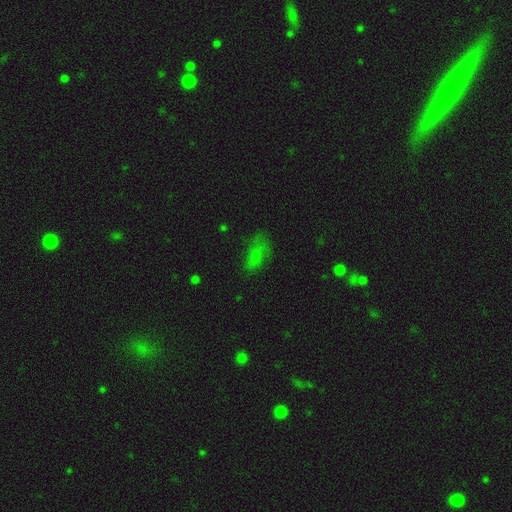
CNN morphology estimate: smooth 68%, star or artifact 18%, featured or disk 14%. Down the decision tree: how rounded — in between (85%); merging — none (54%).